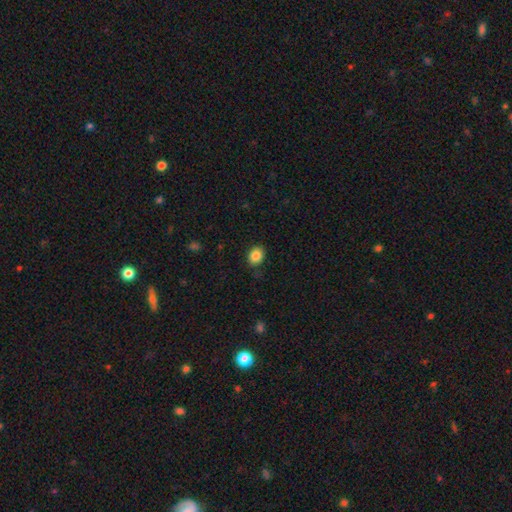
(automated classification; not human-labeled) smooth 86%, star or artifact 9%, featured or disk 4%. Down the decision tree: how rounded — round (50%); merging — none (83%).